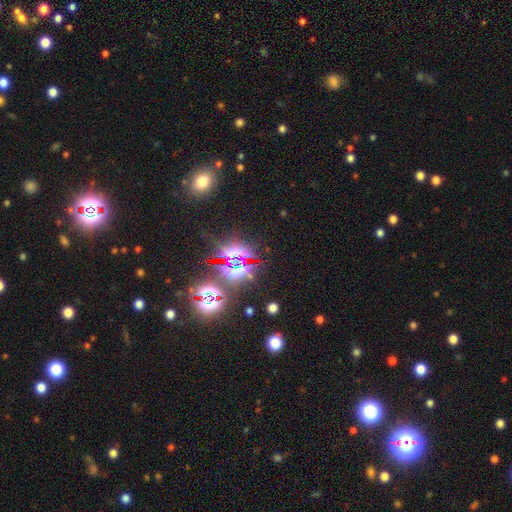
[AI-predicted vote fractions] smooth-or-featured: star or artifact: 81% | smooth: 11% | featured or disk: 9%